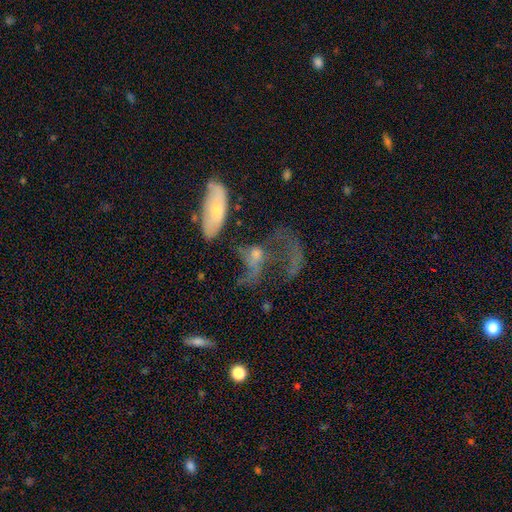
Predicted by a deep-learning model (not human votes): smooth-or-featured: featured or disk: 55% | smooth: 30% | star or artifact: 15%
  disk-edge-on: no: 90% | yes: 10%
  merging: major disturbance: 42% | merger: 26% | none: 21% | minor disturbance: 11%